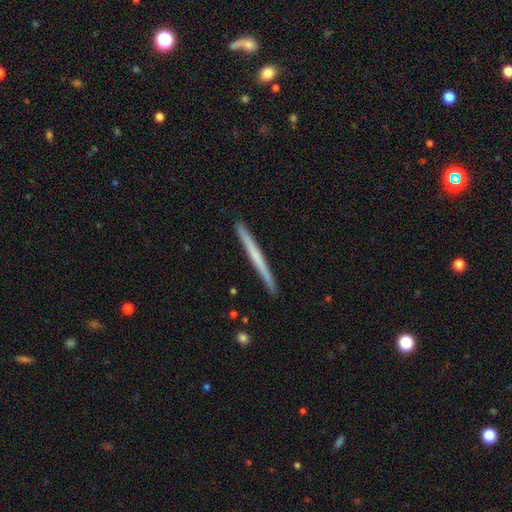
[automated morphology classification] A smooth galaxy with no disk features (51%) that is cigar-shaped (98%). Merging: none (92%).